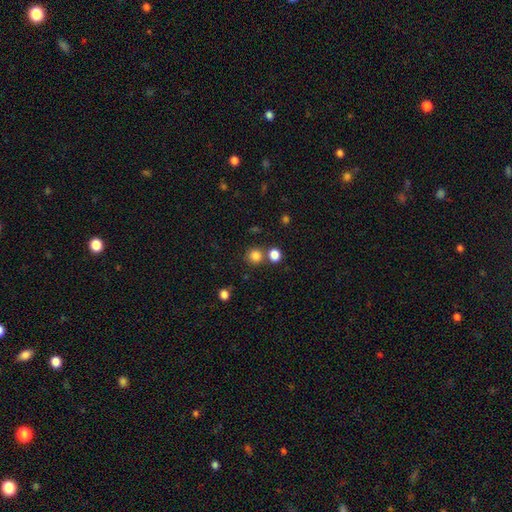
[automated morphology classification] Smooth or featured: smooth — 82% (star or artifact — 13%)
How rounded: round — 90% (in between — 9%)
Merging: none — 73% (merger — 16%)